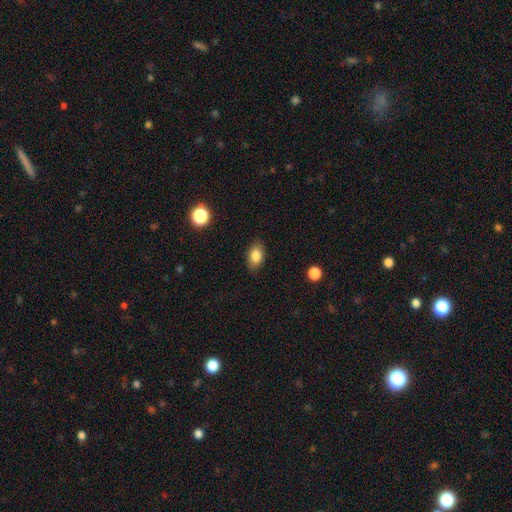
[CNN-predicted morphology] smooth-or-featured: smooth: 84% | star or artifact: 9% | featured or disk: 7%
  how-rounded: in between: 84% | round: 14% | cigar-shaped: 2%
  merging: none: 85% | minor disturbance: 11% | major disturbance: 3% | merger: 1%